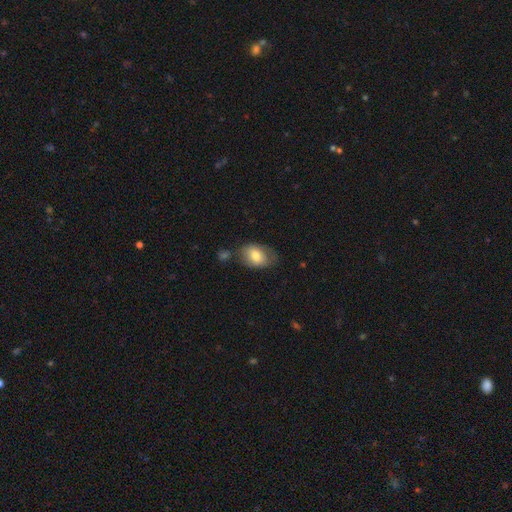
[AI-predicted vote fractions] Smooth or featured? smooth (76%)
How rounded? in between (82%)
Merging? none (59%)